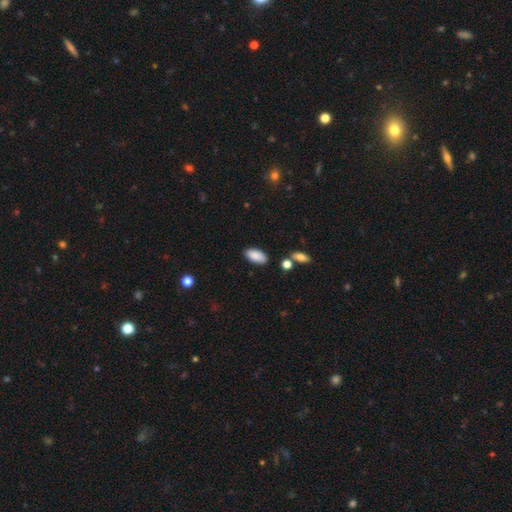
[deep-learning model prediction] smooth_or_featured: smooth (p=0.88) [alt: star or artifact p=0.07]
how_rounded: in between (p=0.92) [alt: cigar-shaped p=0.06]
merging: none (p=0.83) [alt: minor disturbance p=0.11]